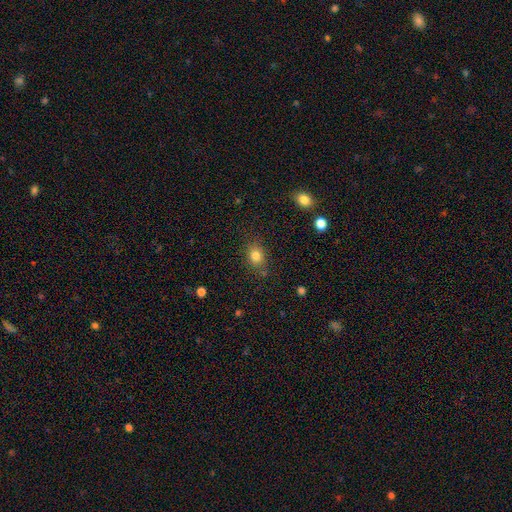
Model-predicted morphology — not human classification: smooth 81%, star or artifact 12%, featured or disk 7%. Down the decision tree: how rounded — in between (50%); merging — none (80%).